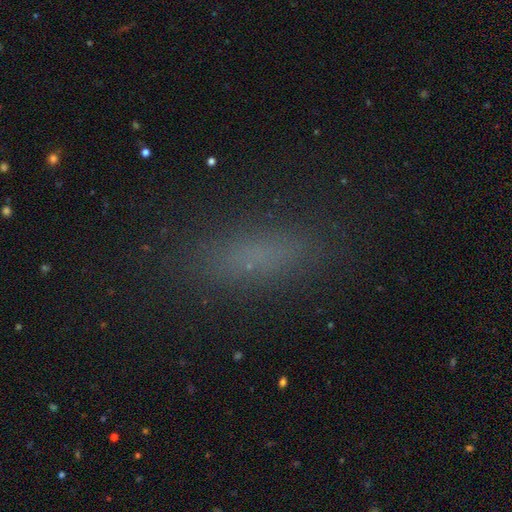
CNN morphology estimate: A smooth galaxy with no disk features (74%) that is cigar-shaped (58%).

Vote fractions:
- Smooth or featured? smooth: 74% / star or artifact: 16% / featured or disk: 10%
- How rounded? cigar-shaped: 58% / in between: 39% / round: 3%
- Merging? none: 86% / minor disturbance: 10% / major disturbance: 3% / merger: 1%